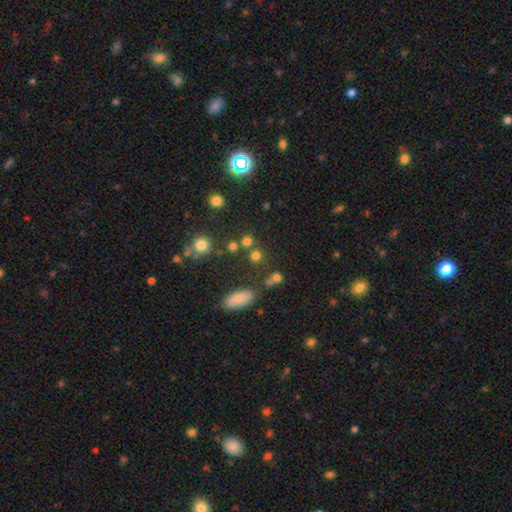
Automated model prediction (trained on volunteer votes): smooth-or-featured: smooth: 73% | star or artifact: 18% | featured or disk: 8%
  how-rounded: round: 83% | in between: 15% | cigar-shaped: 2%
  merging: none: 67% | merger: 18% | minor disturbance: 10% | major disturbance: 5%